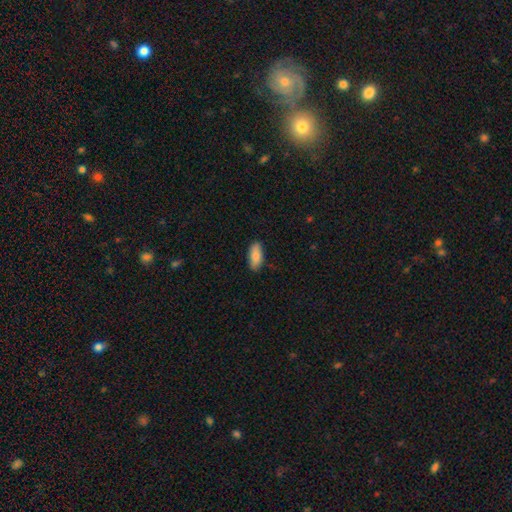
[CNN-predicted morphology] This is clearly a smooth galaxy (86%). How rounded: clearly in between (87%). Merging: clearly none (86%).